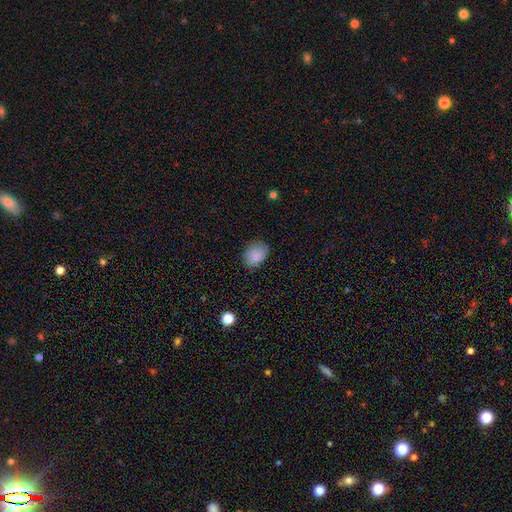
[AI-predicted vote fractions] smooth_or_featured: smooth (p=0.84) [alt: star or artifact p=0.08]
how_rounded: in between (p=0.71) [alt: round p=0.28]
merging: none (p=0.79) [alt: minor disturbance p=0.17]